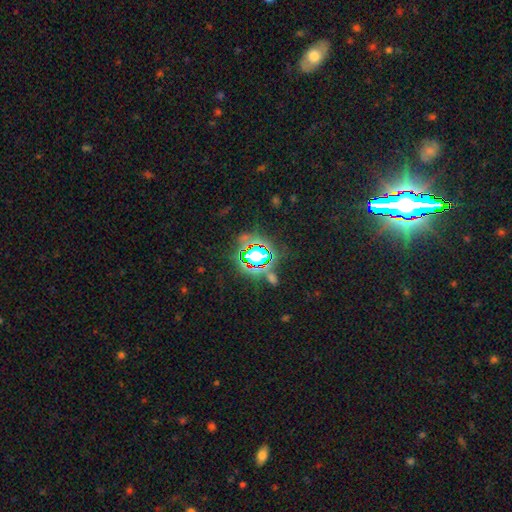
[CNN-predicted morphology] smooth-or-featured: star or artifact: 69% | smooth: 20% | featured or disk: 11%